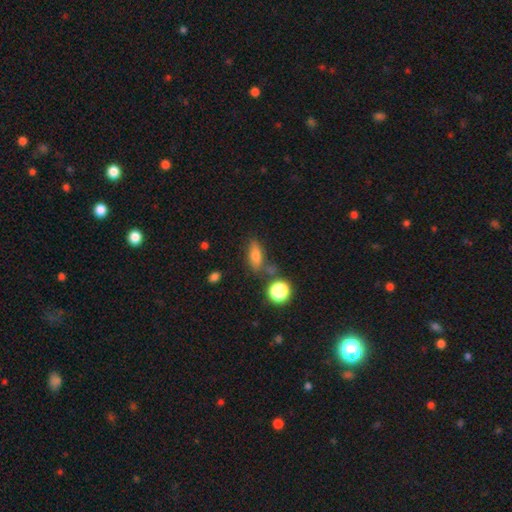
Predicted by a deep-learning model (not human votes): A smooth galaxy with no disk features (70%) that is in between round and cigar-shaped (64%).

Vote fractions:
- Smooth or featured? smooth: 70% / featured or disk: 17% / star or artifact: 13%
- How rounded? in between: 64% / cigar-shaped: 25% / round: 11%
- Merging? none: 69% / minor disturbance: 16% / merger: 9% / major disturbance: 5%